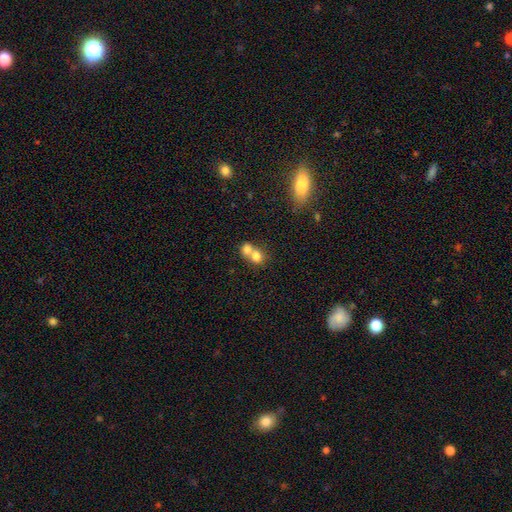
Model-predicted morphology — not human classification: Smooth or featured: smooth — 76% (featured or disk — 14%)
How rounded: round — 71% (in between — 28%)
Merging: merger — 68% (none — 25%)